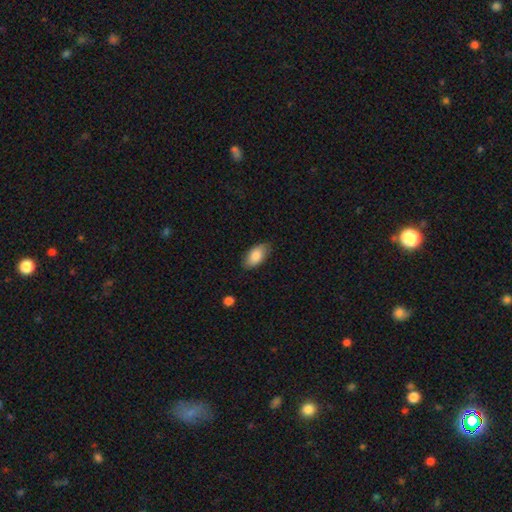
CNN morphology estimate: smooth 85%, featured or disk 9%, star or artifact 6%. Down the decision tree: how rounded — in between (94%); merging — none (82%).